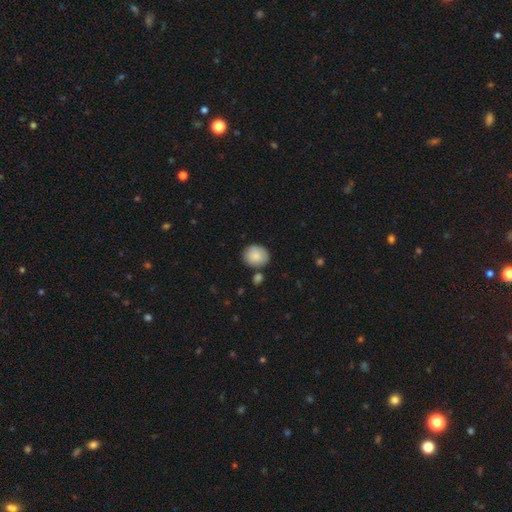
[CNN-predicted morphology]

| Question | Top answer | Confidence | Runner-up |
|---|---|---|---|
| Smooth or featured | smooth | 85% | featured or disk (8%) |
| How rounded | round | 69% | in between (30%) |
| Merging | none | 76% | minor disturbance (13%) |